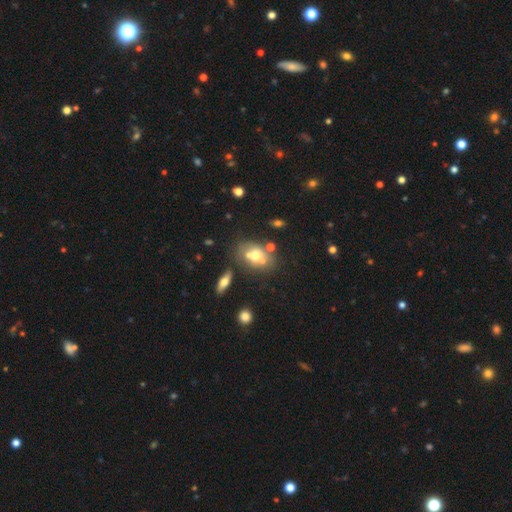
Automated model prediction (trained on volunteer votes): The model was most divided on "merging": none: 45%, merger: 33%, minor disturbance: 15%, major disturbance: 7%. More confident: how rounded — in between (66%); smooth or featured — smooth (58%).